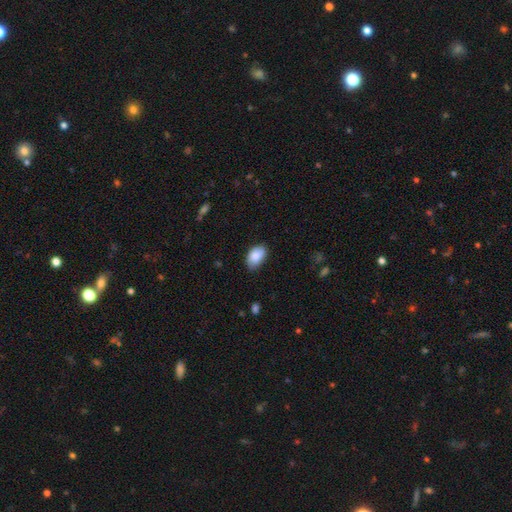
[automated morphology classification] The model was most divided on "merging": none: 73%, minor disturbance: 22%, major disturbance: 3%, merger: 1%. More confident: how rounded — in between (91%); smooth or featured — smooth (86%).